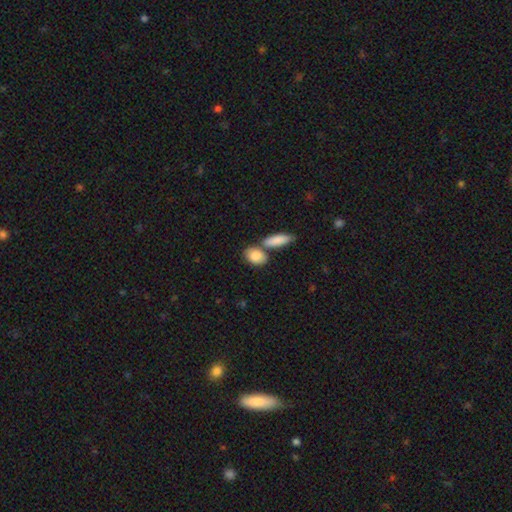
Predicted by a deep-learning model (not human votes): Q: Smooth or featured?
A: smooth (85%); runner-up: featured or disk (9%)
Q: How rounded?
A: in between (79%); runner-up: round (15%)
Q: Merging?
A: none (54%); runner-up: merger (29%)